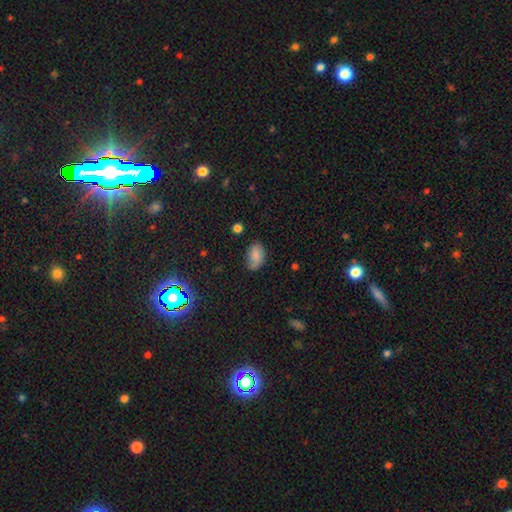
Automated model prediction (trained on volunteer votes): Overall: smooth (75%). How rounded: in between (90%). Merging: none (72%).